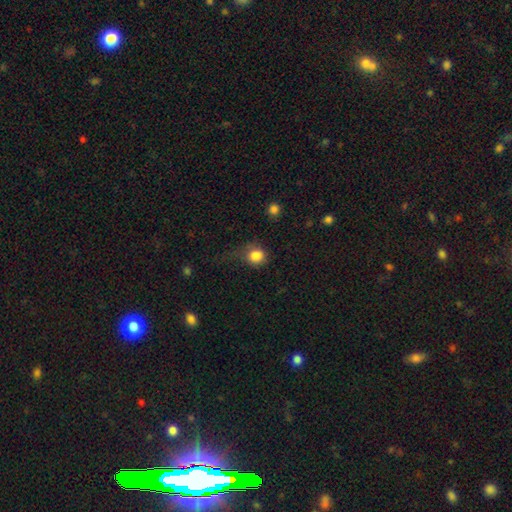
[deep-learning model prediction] Overall: smooth (84%). How rounded: round (76%). Merging: none (42%; minor disturbance 28%).